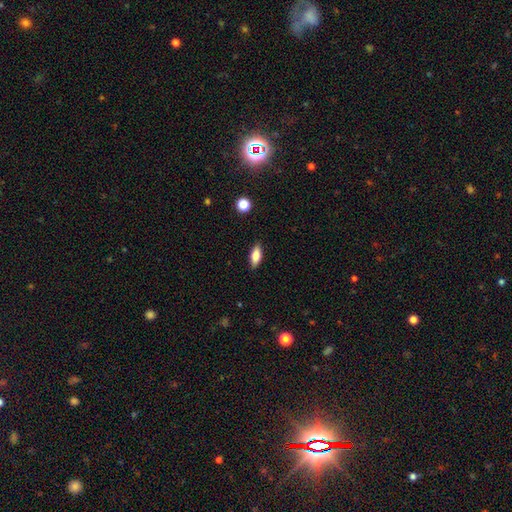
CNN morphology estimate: A smooth galaxy with no disk features (79%) that is in between round and cigar-shaped (76%). Merging: none (87%).